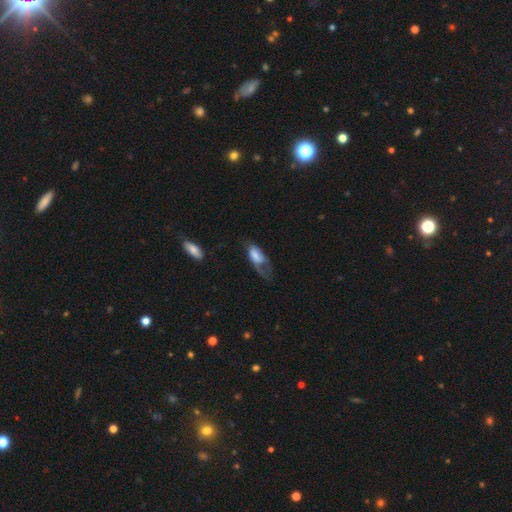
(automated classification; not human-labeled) This is possibly a smooth galaxy (59%). How rounded: clearly in between (87%). Merging: possibly major disturbance (54%).